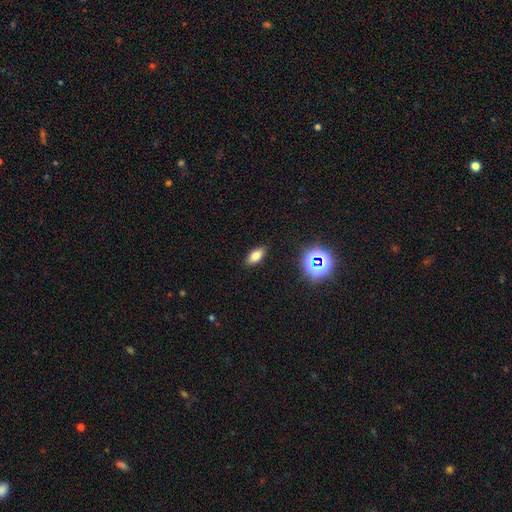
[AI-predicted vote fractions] Smooth or featured? smooth (76%)
How rounded? in between (86%)
Merging? none (88%)